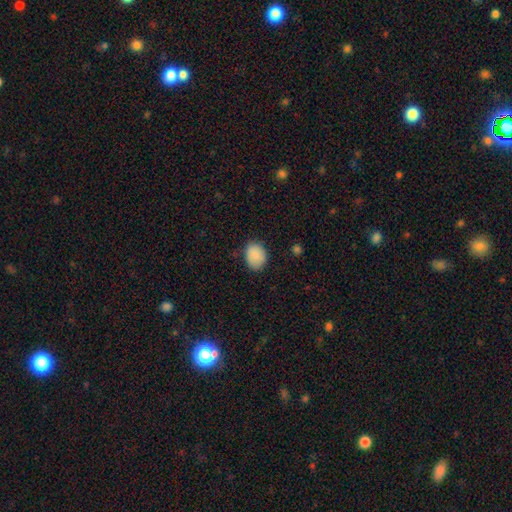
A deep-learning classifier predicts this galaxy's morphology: smooth-or-featured: smooth: 88% | star or artifact: 7% | featured or disk: 5%
  how-rounded: in between: 59% | round: 40% | cigar-shaped: 1%
  merging: none: 77% | minor disturbance: 18% | major disturbance: 3% | merger: 1%